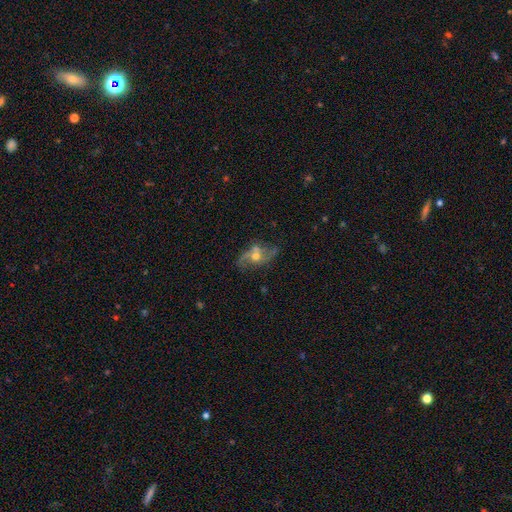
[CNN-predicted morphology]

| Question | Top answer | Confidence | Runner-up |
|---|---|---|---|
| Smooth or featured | featured or disk | 74% | smooth (17%) |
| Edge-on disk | no | 92% | yes (8%) |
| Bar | no | 65% | weak (26%) |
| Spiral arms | yes | 86% | no (14%) |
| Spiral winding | loose | 70% | medium (23%) |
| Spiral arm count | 2 | 88% | can't tell (5%) |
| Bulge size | moderate | 68% | small (22%) |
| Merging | none | 63% | minor disturbance (20%) |